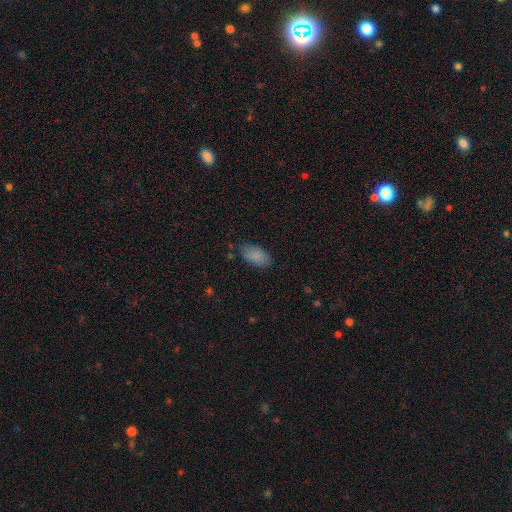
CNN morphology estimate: Smooth or featured: smooth — 86% (star or artifact — 8%)
How rounded: in between — 93% (cigar-shaped — 3%)
Merging: none — 78% (minor disturbance — 17%)